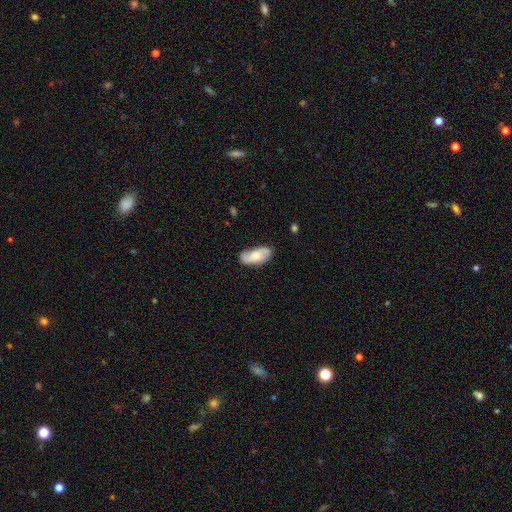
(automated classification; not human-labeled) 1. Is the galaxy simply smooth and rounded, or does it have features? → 48% smooth, 46% featured or disk, 7% star or artifact.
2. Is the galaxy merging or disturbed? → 75% none, 19% minor disturbance, 4% major disturbance, 2% merger.